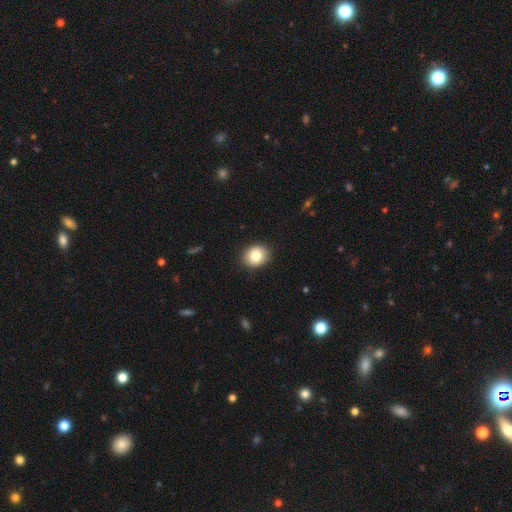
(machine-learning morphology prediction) A smooth galaxy with no disk features (84%) that is round (63%). Merging: none (89%).